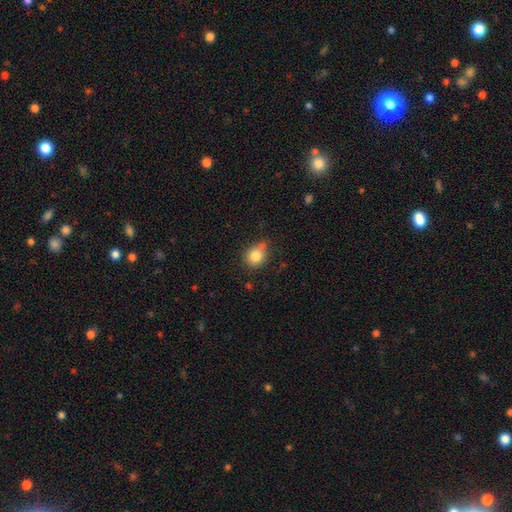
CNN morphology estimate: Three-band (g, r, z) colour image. It shows a smooth galaxy with no disk features (82%) that is round (64%). Merging: none (65%).